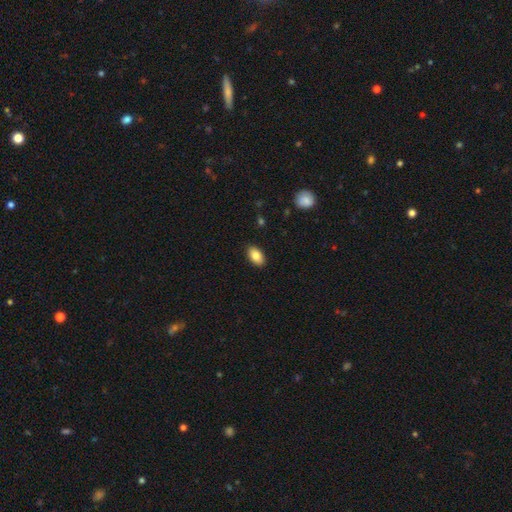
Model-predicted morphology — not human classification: Smooth or featured? smooth (85%)
How rounded? in between (93%)
Merging? none (89%)